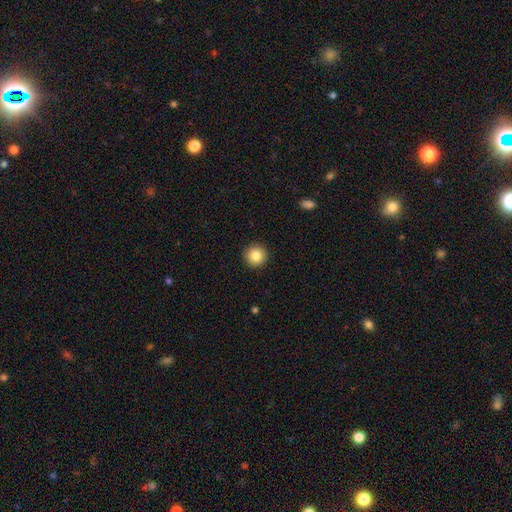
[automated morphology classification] Q: Smooth or featured?
A: smooth (85%); runner-up: star or artifact (9%)
Q: How rounded?
A: round (96%); runner-up: in between (3%)
Q: Merging?
A: none (93%); runner-up: minor disturbance (4%)